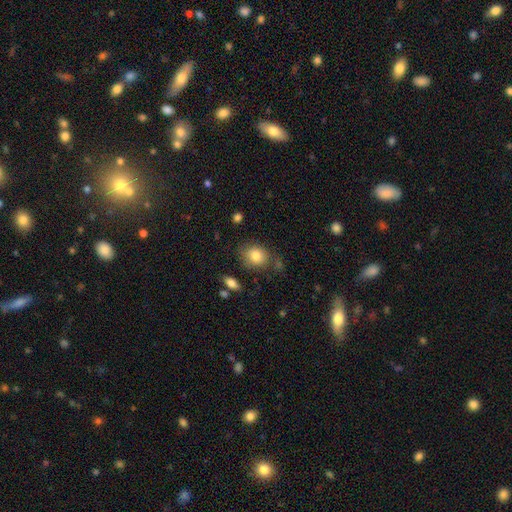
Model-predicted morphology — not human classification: Smooth or featured? Predicted: smooth (p=0.82). How rounded? Predicted: round (p=0.50). Merging? Predicted: none (p=0.71).